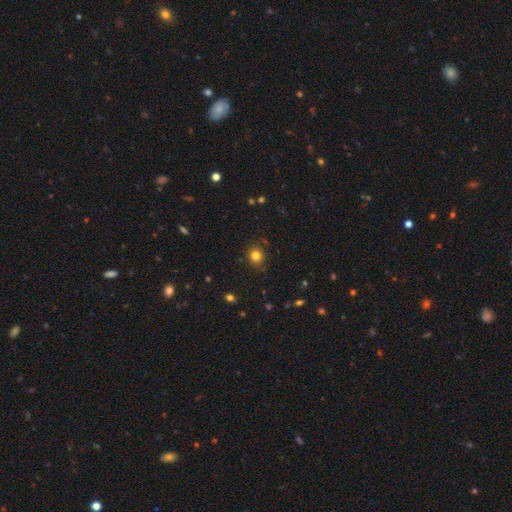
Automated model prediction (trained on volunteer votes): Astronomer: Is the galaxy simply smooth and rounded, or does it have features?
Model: smooth — 80%.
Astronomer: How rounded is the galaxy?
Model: round — 84%.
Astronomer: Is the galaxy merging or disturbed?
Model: none — 86%.